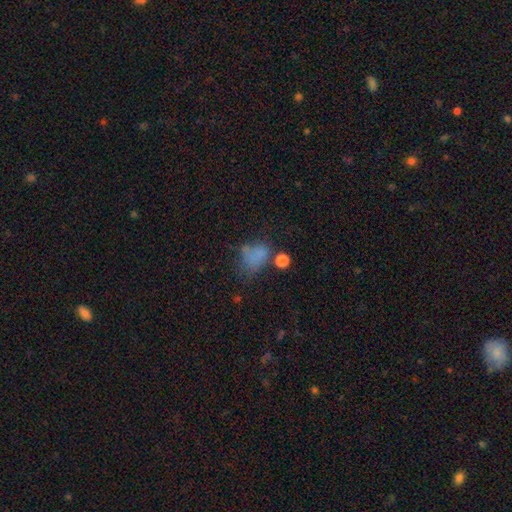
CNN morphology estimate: This appears to be a smooth galaxy with no disk features (66%) that is in between round and cigar-shaped (60%). Merging: none (40%).